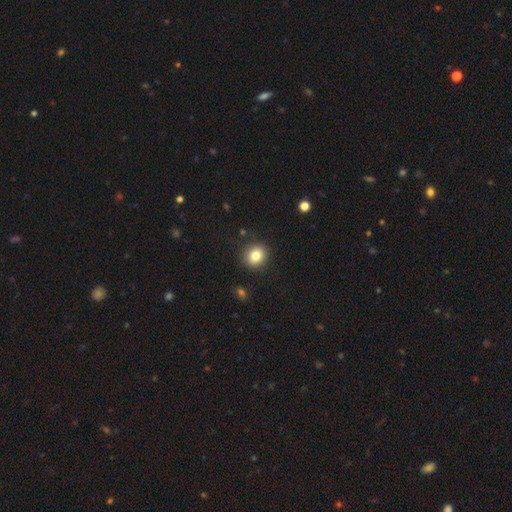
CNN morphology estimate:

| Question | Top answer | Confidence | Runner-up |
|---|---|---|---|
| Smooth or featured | smooth | 83% | star or artifact (11%) |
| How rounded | round | 77% | in between (22%) |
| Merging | none | 88% | minor disturbance (8%) |